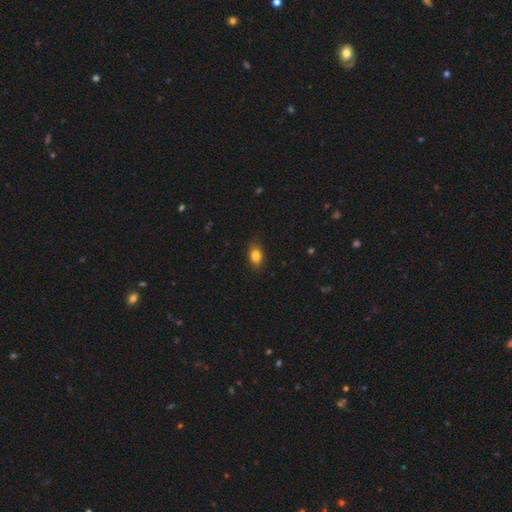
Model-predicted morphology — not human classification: A smooth galaxy with no disk features (84%) that is in between round and cigar-shaped (81%).

Vote fractions:
- Smooth or featured? smooth: 84% / star or artifact: 9% / featured or disk: 7%
- How rounded? in between: 81% / round: 17% / cigar-shaped: 2%
- Merging? none: 83% / minor disturbance: 13% / major disturbance: 3% / merger: 1%